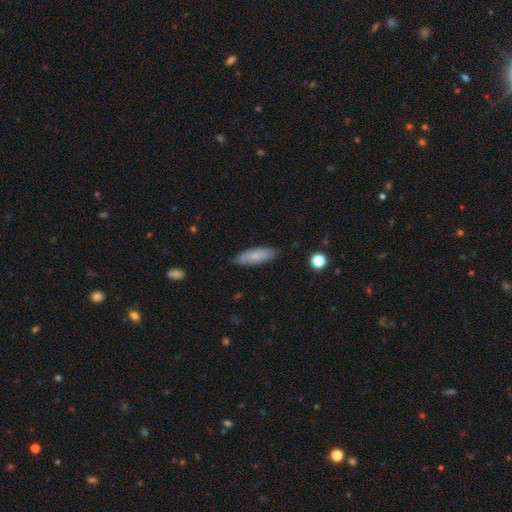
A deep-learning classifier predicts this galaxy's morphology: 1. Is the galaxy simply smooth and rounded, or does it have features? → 76% smooth, 18% featured or disk, 6% star or artifact.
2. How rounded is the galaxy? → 53% in between, 45% cigar-shaped, 2% round.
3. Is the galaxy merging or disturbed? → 83% none, 14% minor disturbance, 2% major disturbance, 1% merger.